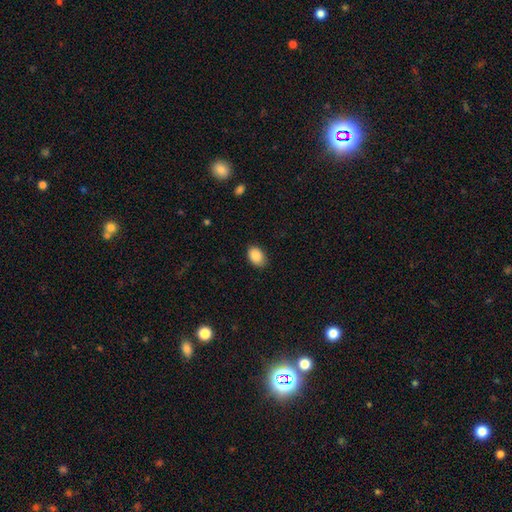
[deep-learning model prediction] This is clearly a smooth galaxy (88%). How rounded: clearly in between (83%). Merging: clearly none (85%).